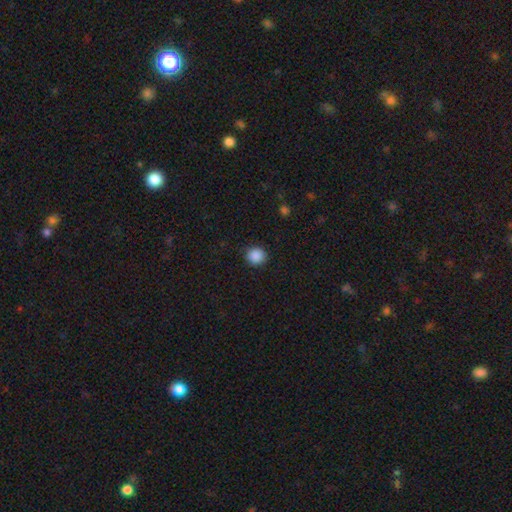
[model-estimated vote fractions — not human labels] A smooth galaxy with no disk features (88%) that is round (89%). Merging: none (89%).